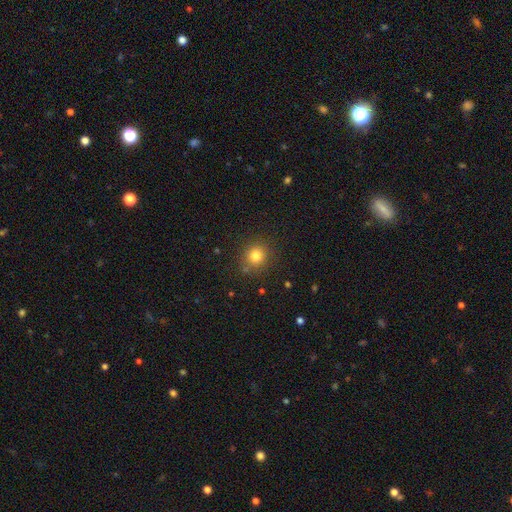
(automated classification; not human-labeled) A smooth galaxy with no disk features (80%) that is round (89%).

Vote fractions:
- Smooth or featured? smooth: 80% / star or artifact: 14% / featured or disk: 7%
- How rounded? round: 89% / in between: 10% / cigar-shaped: 1%
- Merging? none: 85% / minor disturbance: 9% / major disturbance: 3% / merger: 3%